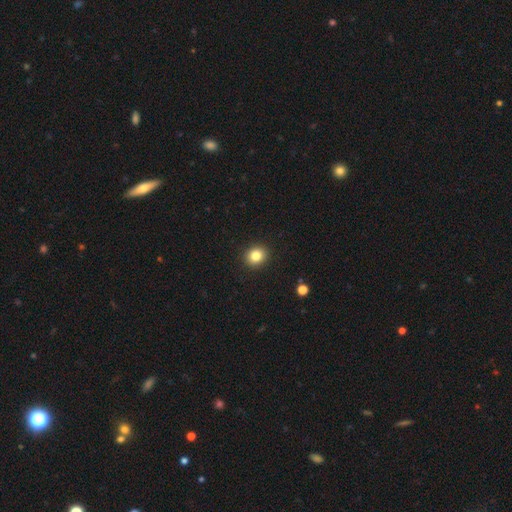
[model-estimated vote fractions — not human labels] The model was most divided on "how rounded": round: 77%, in between: 22%, cigar-shaped: 1%. More confident: merging — none (92%); smooth or featured — smooth (83%).